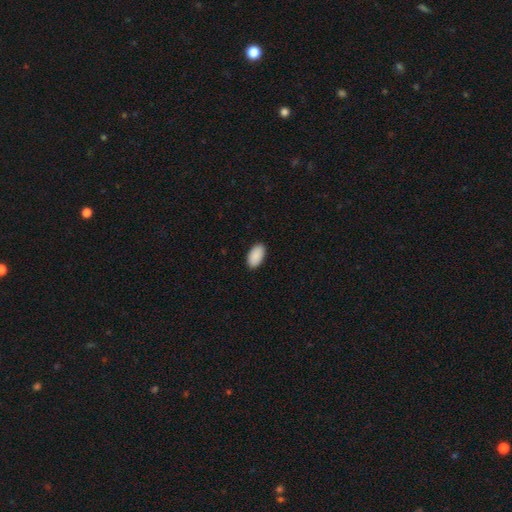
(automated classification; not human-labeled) smooth_or_featured: smooth (p=0.91) [alt: star or artifact p=0.06]
how_rounded: in between (p=0.96) [alt: round p=0.03]
merging: none (p=0.90) [alt: minor disturbance p=0.08]